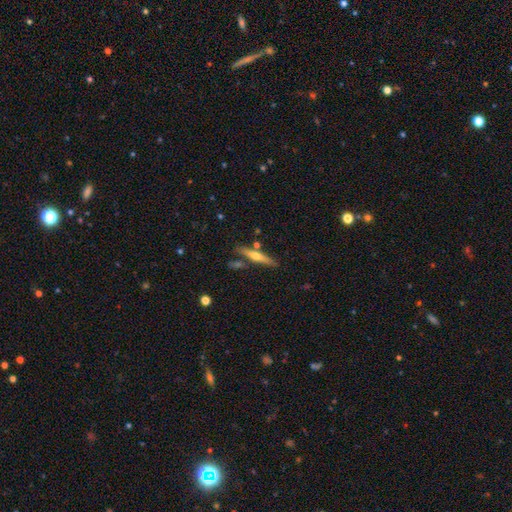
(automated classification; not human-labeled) smooth_or_featured: featured or disk (p=0.61) [alt: smooth p=0.33]
disk_edge_on: yes (p=0.96) [alt: no p=0.04]
edge_on_bulge: rounded (p=0.90) [alt: none p=0.07]
merging: none (p=0.80) [alt: minor disturbance p=0.10]